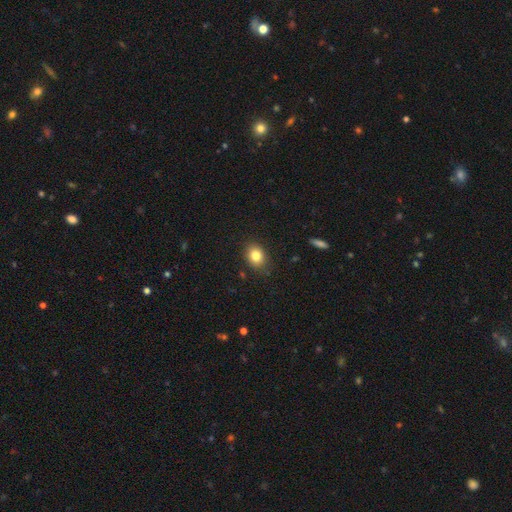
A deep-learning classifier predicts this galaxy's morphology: A smooth galaxy with no disk features (82%) that is in between round and cigar-shaped (51%).

Vote fractions:
- Smooth or featured? smooth: 82% / star or artifact: 10% / featured or disk: 8%
- How rounded? in between: 51% / round: 48% / cigar-shaped: 1%
- Merging? none: 86% / minor disturbance: 11% / major disturbance: 2% / merger: 1%